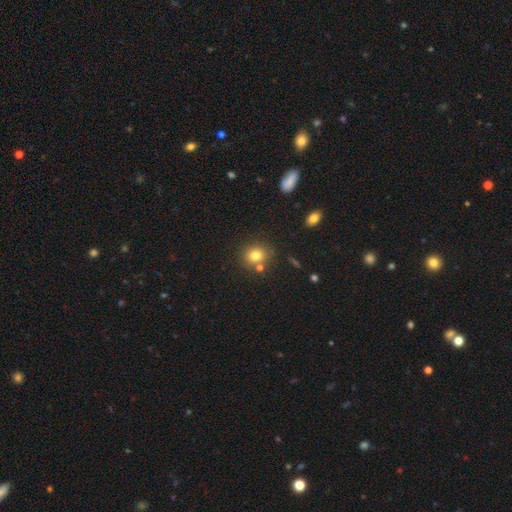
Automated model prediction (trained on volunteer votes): Q: Smooth or featured?
A: smooth (78%); runner-up: star or artifact (13%)
Q: How rounded?
A: round (75%); runner-up: in between (24%)
Q: Merging?
A: none (74%); runner-up: merger (13%)